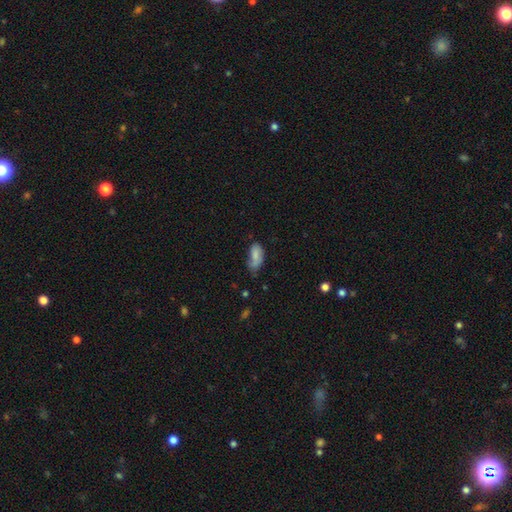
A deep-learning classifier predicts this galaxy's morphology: A smooth galaxy with no disk features (76%) that is in between round and cigar-shaped (90%).

Vote fractions:
- Smooth or featured? smooth: 76% / featured or disk: 16% / star or artifact: 8%
- How rounded? in between: 90% / cigar-shaped: 7% / round: 3%
- Merging? minor disturbance: 38% (tied) / none: 38% (tied) / major disturbance: 18% / merger: 6%